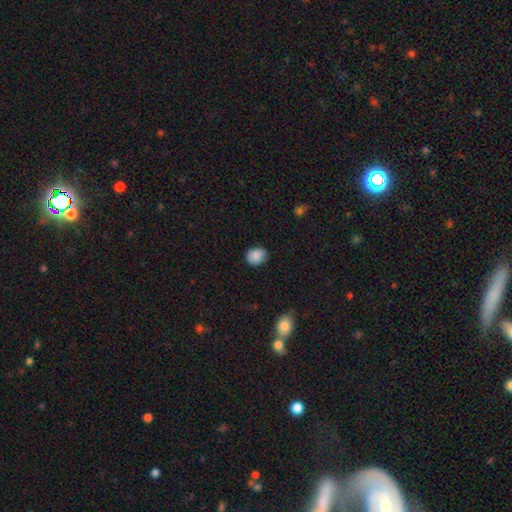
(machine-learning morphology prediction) type=smooth (88%); roundness=round (63%); merging=none (84%).